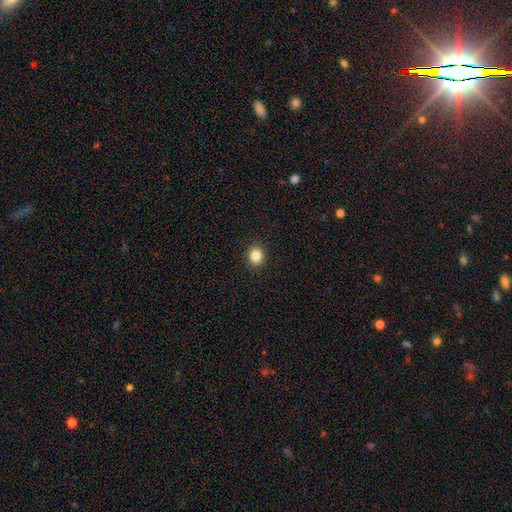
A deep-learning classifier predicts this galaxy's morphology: smooth 85%, star or artifact 11%, featured or disk 5%. Down the decision tree: how rounded — round (71%); merging — none (91%).